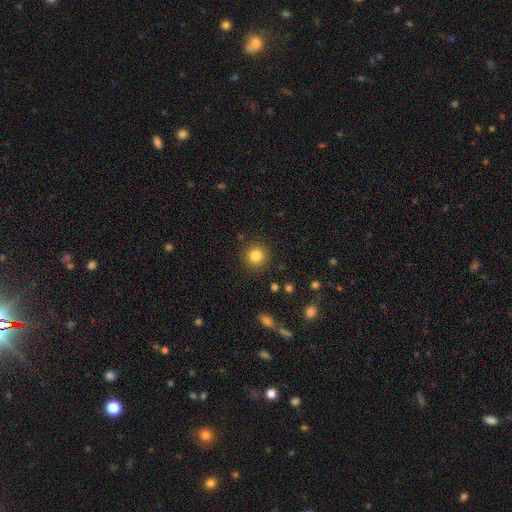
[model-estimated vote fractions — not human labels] This is clearly a smooth galaxy (83%). How rounded: clearly round (94%). Merging: clearly none (90%).